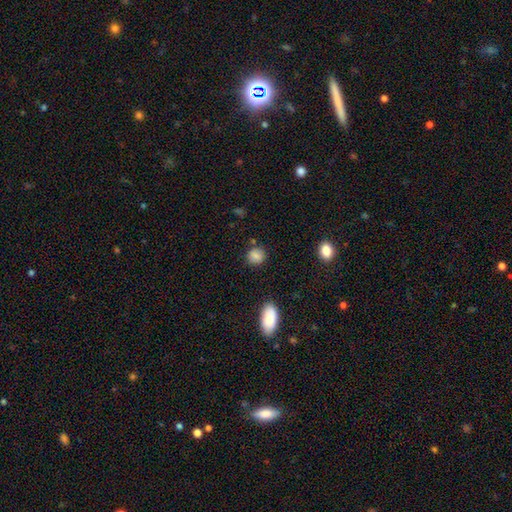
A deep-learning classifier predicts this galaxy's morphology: This appears to be a smooth galaxy with no disk features (84%) that is round (84%). Merging: none (83%).